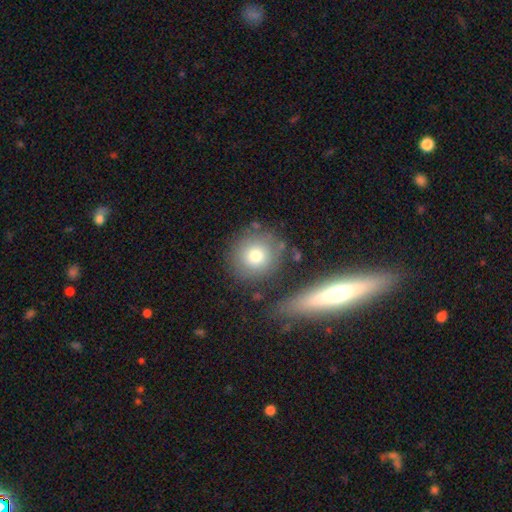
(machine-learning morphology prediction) Smooth or featured?
  - smooth: 75% *
  - featured or disk: 15%
  - star or artifact: 10%
How rounded?
  - round: 91% *
  - in between: 8%
  - cigar-shaped: 1%
Merging?
  - none: 75% *
  - minor disturbance: 12%
  - merger: 9%
  - major disturbance: 5%